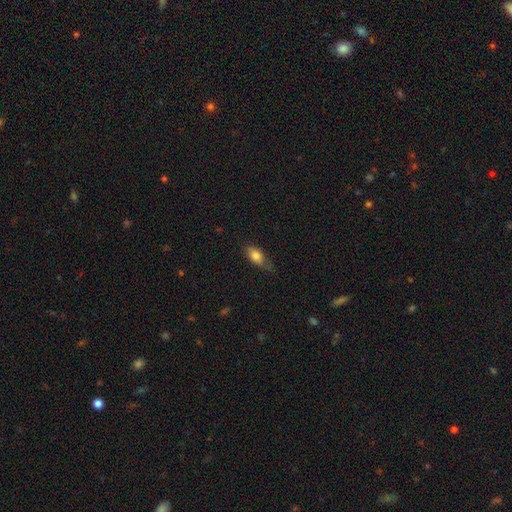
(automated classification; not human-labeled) This appears to be a smooth galaxy with no disk features (77%) that is in between round and cigar-shaped (86%). Merging: none (60%).